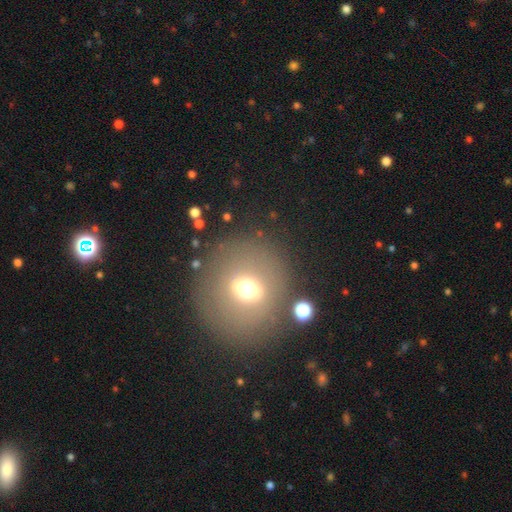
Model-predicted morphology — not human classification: Overall: smooth (55%; star or artifact 25%). How rounded: round (87%). Merging: none (85%).